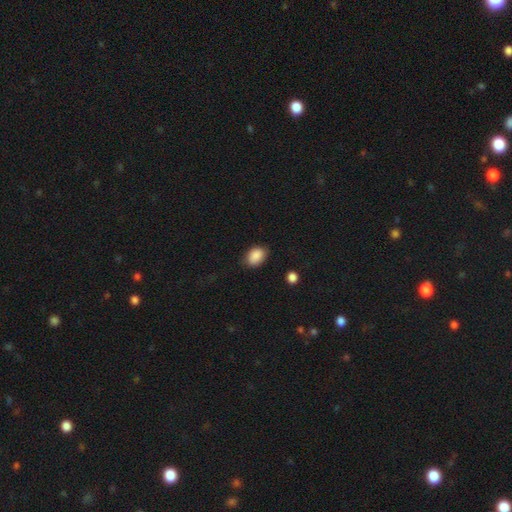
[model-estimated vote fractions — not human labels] This is clearly a smooth galaxy (89%). How rounded: likely in between (74%). Merging: clearly none (81%).